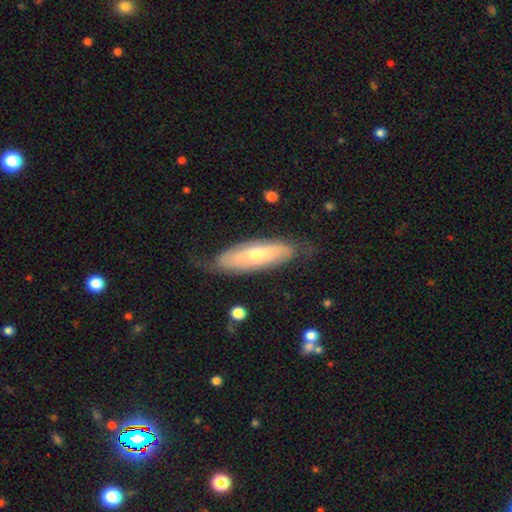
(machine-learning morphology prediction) This is possibly a featured or disk galaxy (52%). It is likely not viewed edge-on (66%). Merging: likely none (71%).